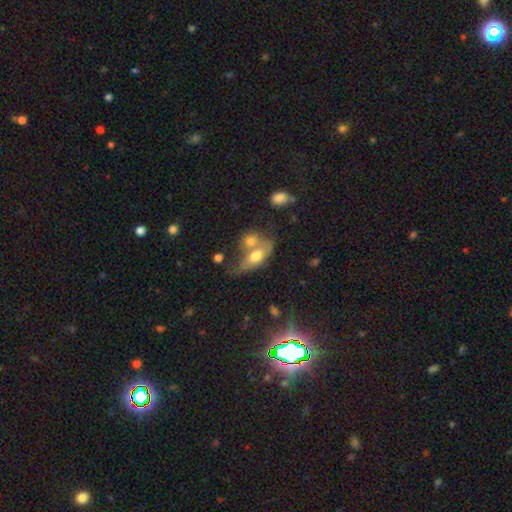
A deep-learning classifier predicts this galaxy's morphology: Smooth or featured: smooth — 64% (featured or disk — 27%)
How rounded: in between — 80% (round — 12%)
Merging: merger — 61% (none — 18%)